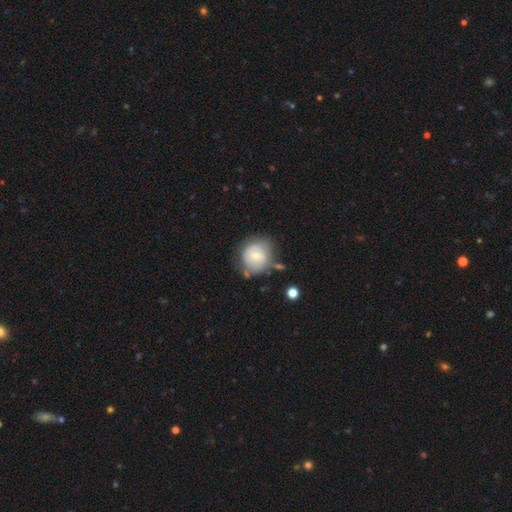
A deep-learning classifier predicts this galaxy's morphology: Smooth or featured? smooth (66%)
How rounded? round (77%)
Merging? none (59%)